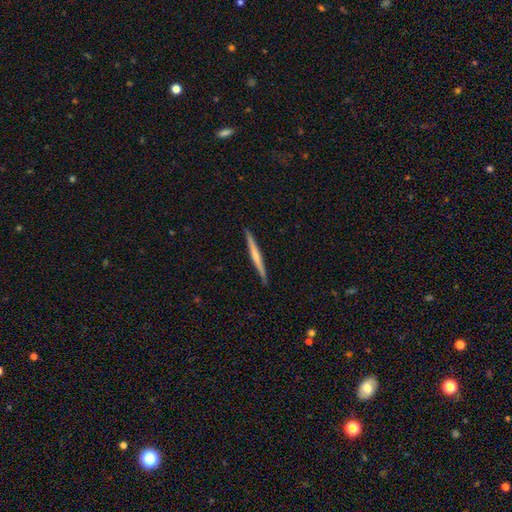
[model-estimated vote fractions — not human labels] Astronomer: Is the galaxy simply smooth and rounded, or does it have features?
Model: featured or disk — 54% (runner-up: smooth, 41%).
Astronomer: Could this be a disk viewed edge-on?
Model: yes — 98%.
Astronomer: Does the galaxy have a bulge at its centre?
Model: none — 55% (runner-up: rounded, 36%).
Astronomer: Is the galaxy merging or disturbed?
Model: none — 91%.